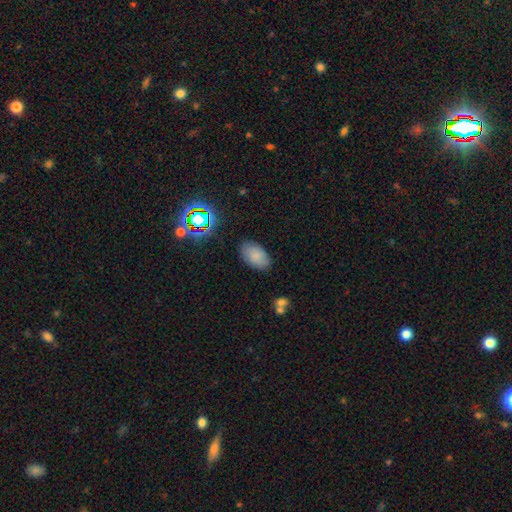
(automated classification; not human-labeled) A smooth galaxy with no disk features (80%) that is in between round and cigar-shaped (93%). Merging: none (82%).